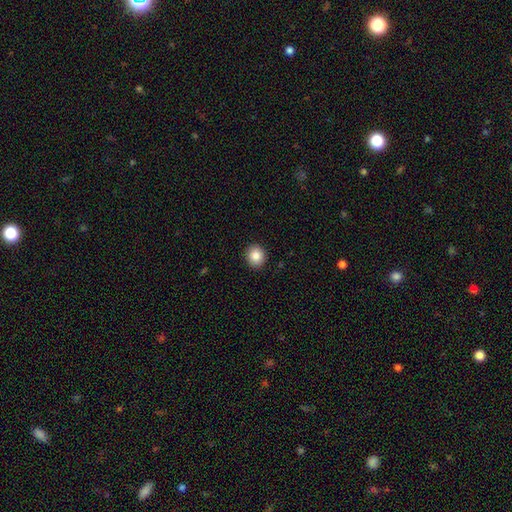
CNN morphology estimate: Smooth or featured? Predicted: smooth (p=0.86). How rounded? Predicted: round (p=0.84). Merging? Predicted: none (p=0.92).